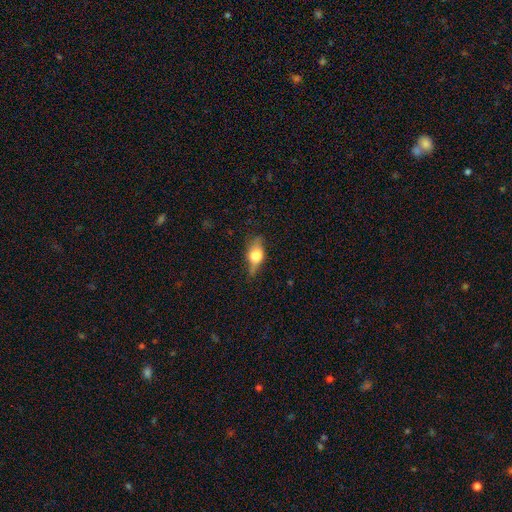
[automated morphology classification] type=smooth (56%); roundness=in between (72%); merging=none (54%).